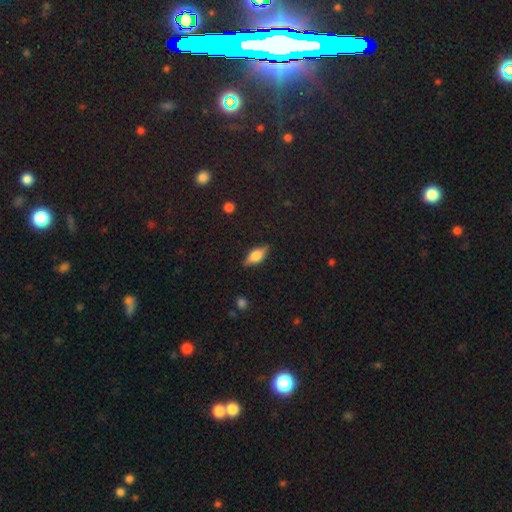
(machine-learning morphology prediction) type=smooth (52%); roundness=in between (72%); merging=none (85%).